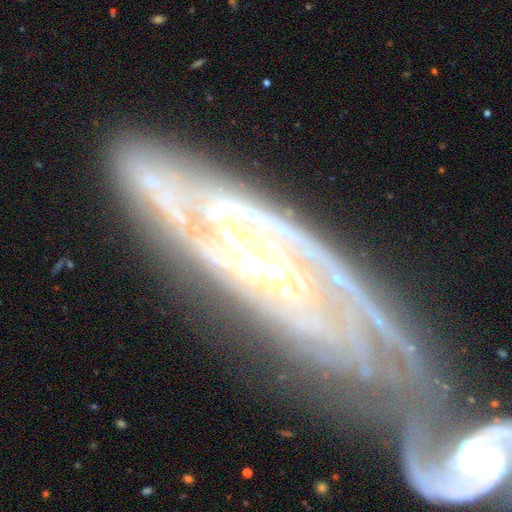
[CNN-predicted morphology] Smooth or featured?
  - featured or disk: 83% *
  - smooth: 9%
  - star or artifact: 8%
Edge-on disk?
  - no: 81% *
  - yes: 19%
Bar?
  - no: 47% *
  - weak: 32%
  - strong: 21%
Spiral arms?
  - yes: 89% *
  - no: 11%
Spiral winding?
  - tight: 52% *
  - medium: 35%
  - loose: 13%
Spiral arm count?
  - 2: 38% *
  - can't tell: 33%
  - 3: 11%
  - 1: 7%
  - 4: 6%
  - more than 4: 5%
Bulge size?
  - small: 57% *
  - moderate: 26%
  - none: 11%
  - large: 4%
  - dominant: 2%
Merging?
  - none: 54% *
  - minor disturbance: 22%
  - major disturbance: 15%
  - merger: 9%